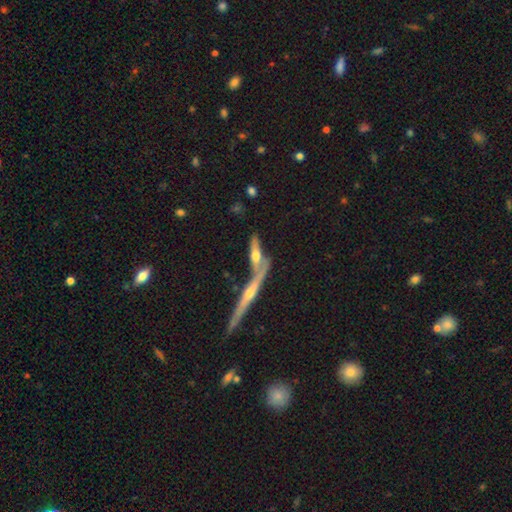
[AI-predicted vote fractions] This appears to be a featured or disk galaxy (56%) viewed edge-on (85%). Merging: none (45%).